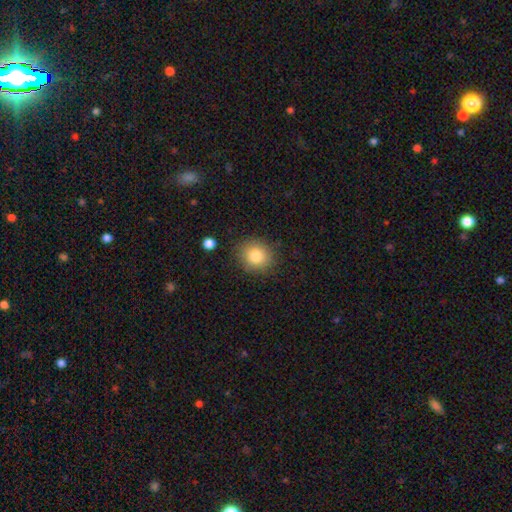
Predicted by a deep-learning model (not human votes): Smooth or featured: smooth — 81% (star or artifact — 10%)
How rounded: round — 84% (in between — 15%)
Merging: none — 85% (minor disturbance — 10%)